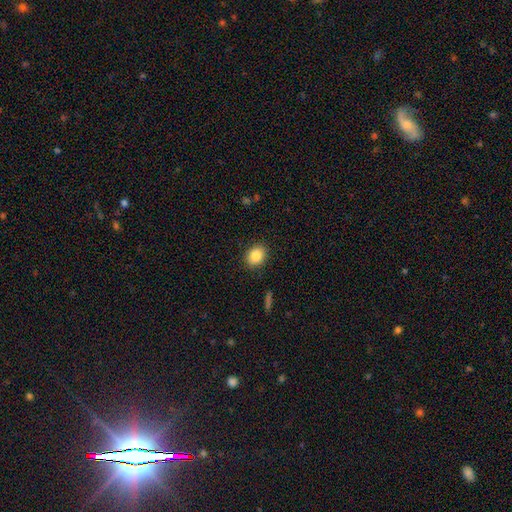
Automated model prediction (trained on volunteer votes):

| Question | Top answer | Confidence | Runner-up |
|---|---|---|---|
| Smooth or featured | smooth | 85% | star or artifact (9%) |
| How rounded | in between | 51% | round (48%) |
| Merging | none | 88% | minor disturbance (8%) |